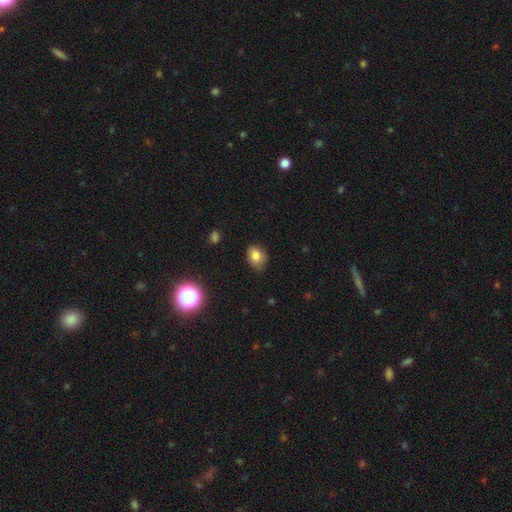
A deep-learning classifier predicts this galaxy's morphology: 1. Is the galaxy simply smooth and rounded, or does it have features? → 80% smooth, 12% star or artifact, 9% featured or disk.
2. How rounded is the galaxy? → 64% in between, 35% round, 1% cigar-shaped.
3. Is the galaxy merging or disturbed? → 75% none, 20% minor disturbance, 3% major disturbance, 1% merger.